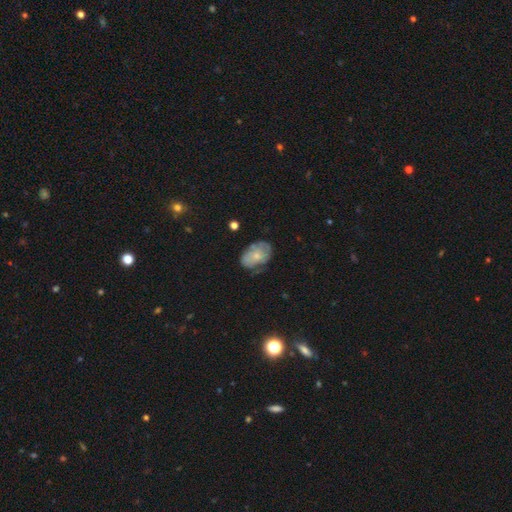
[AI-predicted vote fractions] A smooth galaxy with no disk features (53%) that is in between round and cigar-shaped (83%).

Vote fractions:
- Smooth or featured? smooth: 53% / featured or disk: 40% / star or artifact: 7%
- How rounded? in between: 83% / round: 15% / cigar-shaped: 1%
- Merging? none: 51% / minor disturbance: 33% / major disturbance: 13% / merger: 3%